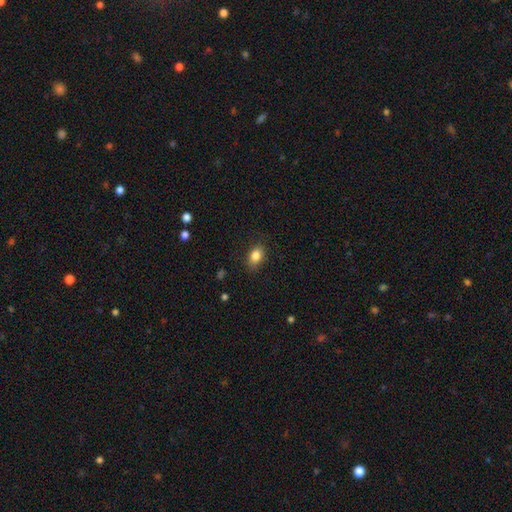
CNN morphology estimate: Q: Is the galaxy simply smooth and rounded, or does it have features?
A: smooth — 84%.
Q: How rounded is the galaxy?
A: in between — 80%.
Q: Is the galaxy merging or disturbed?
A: none — 83%.